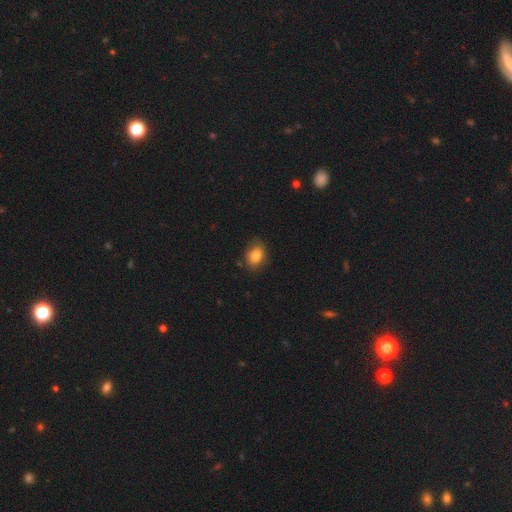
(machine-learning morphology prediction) This appears to be a smooth galaxy with no disk features (82%) that is in between round and cigar-shaped (70%). Merging: none (79%).